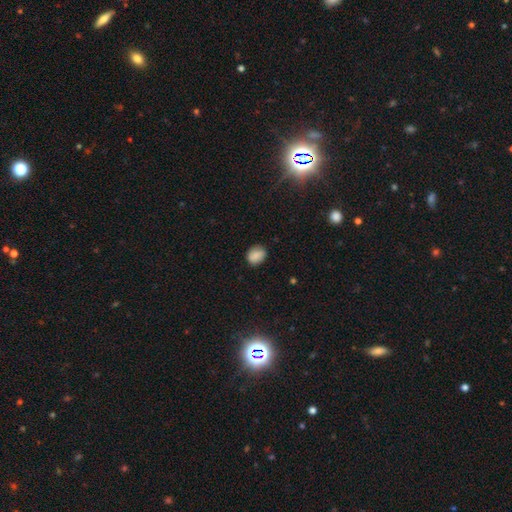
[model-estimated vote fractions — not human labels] Morphology: type=smooth (84%); roundness=in between (51%); merging=none (77%).